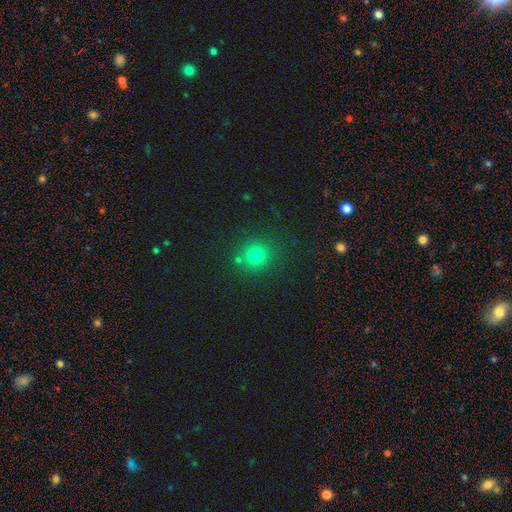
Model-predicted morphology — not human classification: Smooth or featured?
  - smooth: 76% *
  - star or artifact: 18%
  - featured or disk: 6%
How rounded?
  - round: 91% *
  - in between: 8%
  - cigar-shaped: 1%
Merging?
  - none: 81% *
  - minor disturbance: 9%
  - merger: 8%
  - major disturbance: 3%